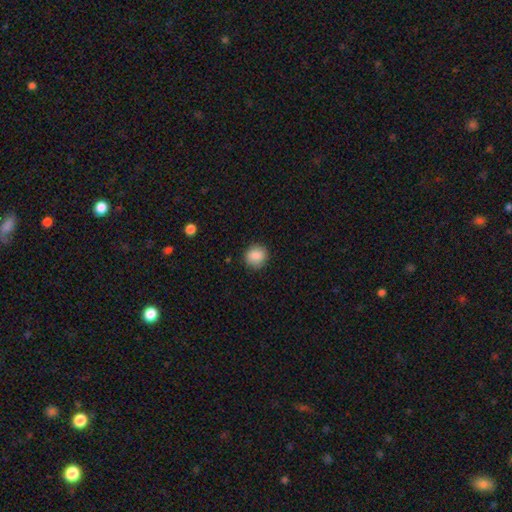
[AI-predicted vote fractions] smooth-or-featured: smooth: 87% | star or artifact: 9% | featured or disk: 4%
  how-rounded: round: 87% | in between: 12% | cigar-shaped: 1%
  merging: none: 88% | minor disturbance: 9% | major disturbance: 2% | merger: 1%